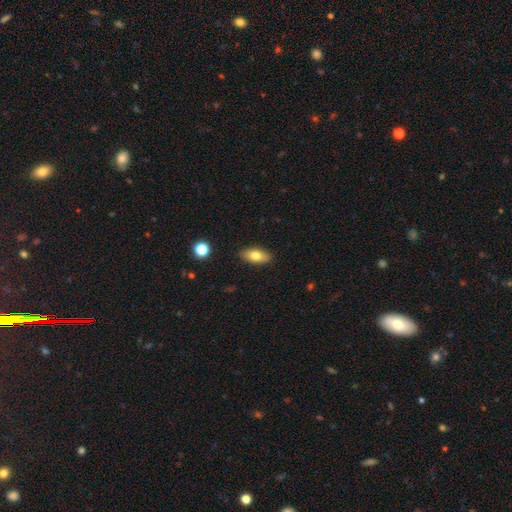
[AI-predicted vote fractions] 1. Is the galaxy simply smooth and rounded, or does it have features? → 76% smooth, 17% featured or disk, 7% star or artifact.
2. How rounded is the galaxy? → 86% in between, 10% cigar-shaped, 4% round.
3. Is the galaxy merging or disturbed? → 88% none, 8% minor disturbance, 2% major disturbance, 1% merger.